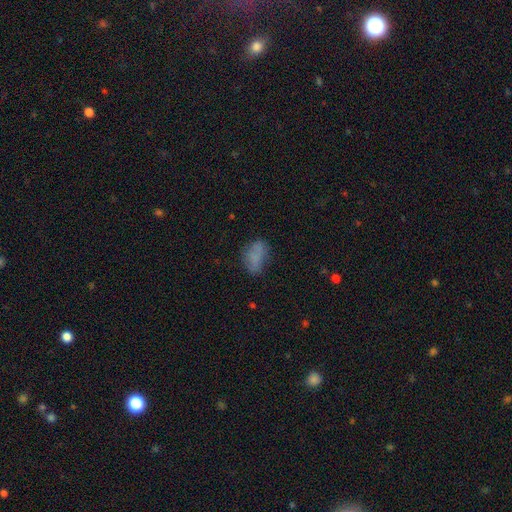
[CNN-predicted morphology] Smooth or featured? Predicted: smooth (p=0.74). How rounded? Predicted: in between (p=0.86). Merging? Predicted: none (p=0.58).